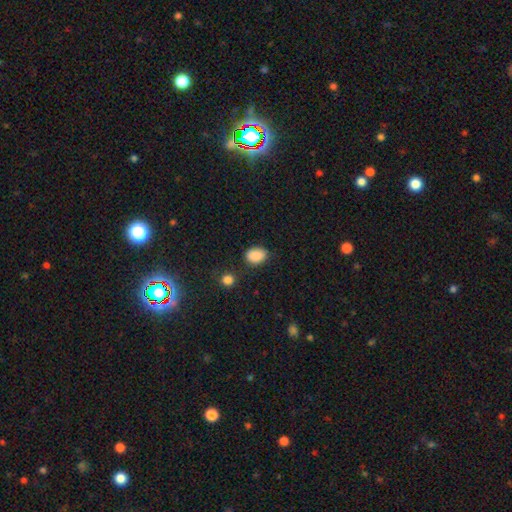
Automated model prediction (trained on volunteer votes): This appears to be a smooth galaxy with no disk features (87%) that is in between round and cigar-shaped (73%). Merging: none (74%).